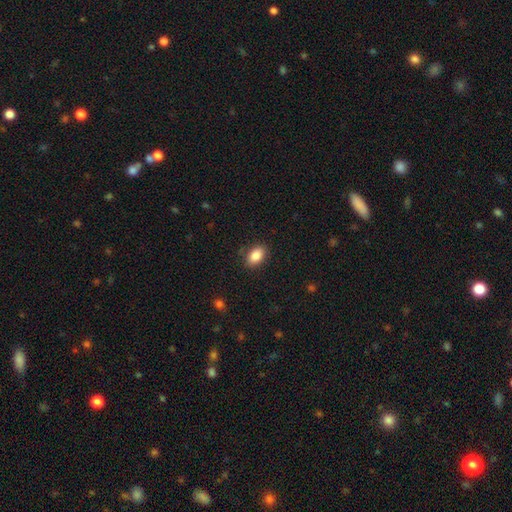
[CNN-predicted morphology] The model was most divided on "how rounded": in between: 87%, round: 11%, cigar-shaped: 2%. More confident: merging — none (86%); smooth or featured — smooth (86%).